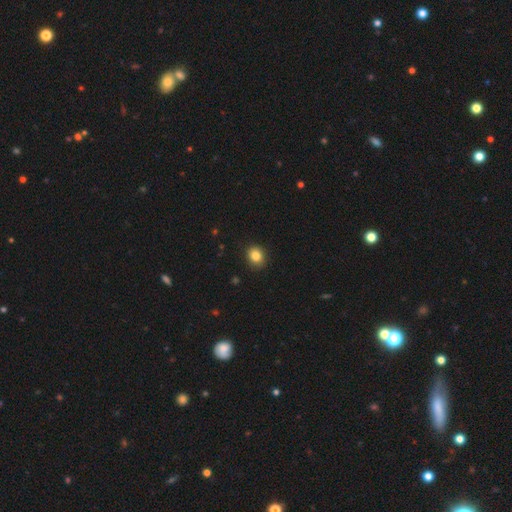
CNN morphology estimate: A smooth galaxy with no disk features (85%) that is round (68%). Merging: none (90%).